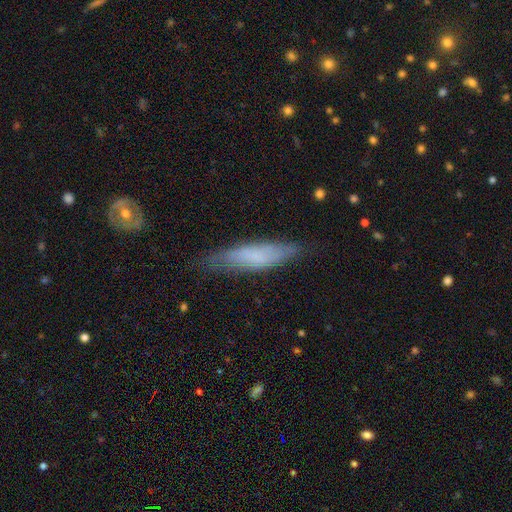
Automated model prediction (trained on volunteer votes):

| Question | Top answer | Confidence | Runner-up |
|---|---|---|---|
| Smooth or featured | smooth | 63% | featured or disk (29%) |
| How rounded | cigar-shaped | 74% | in between (25%) |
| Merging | none | 73% | minor disturbance (21%) |